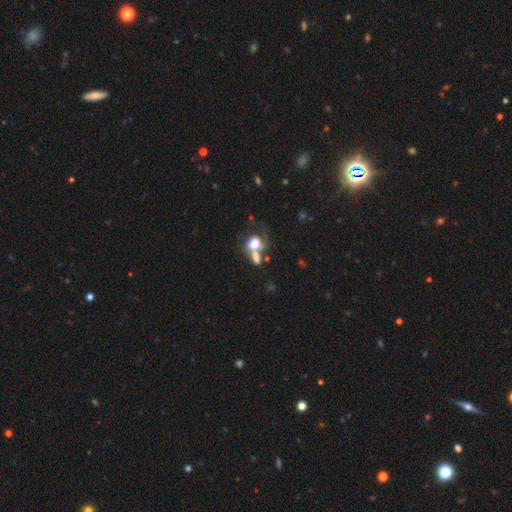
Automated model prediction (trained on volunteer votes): Smooth or featured?
  - smooth: 67% *
  - featured or disk: 20%
  - star or artifact: 13%
How rounded?
  - round: 52% *
  - in between: 45%
  - cigar-shaped: 3%
Merging?
  - merger: 53% *
  - none: 26%
  - major disturbance: 12%
  - minor disturbance: 9%